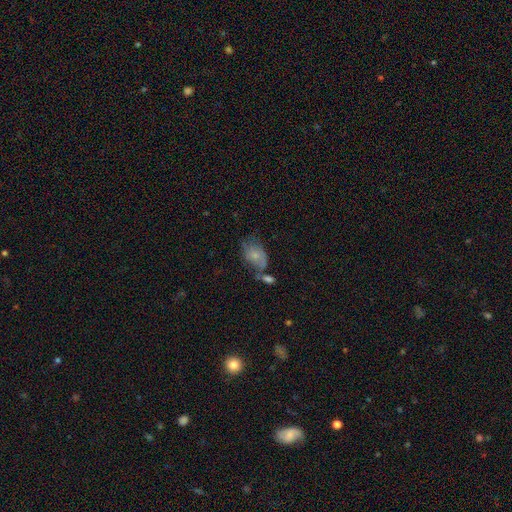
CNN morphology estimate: Smooth or featured? Predicted: smooth (p=0.55). How rounded? Predicted: in between (p=0.83). Merging? Predicted: none (p=0.37).